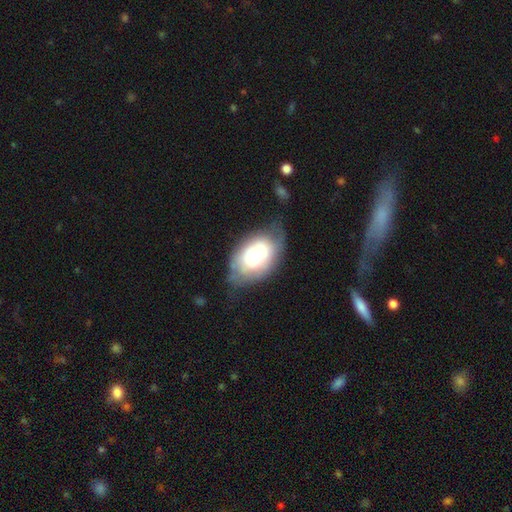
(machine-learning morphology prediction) type=smooth (61%); roundness=in between (88%); merging=none (47%).